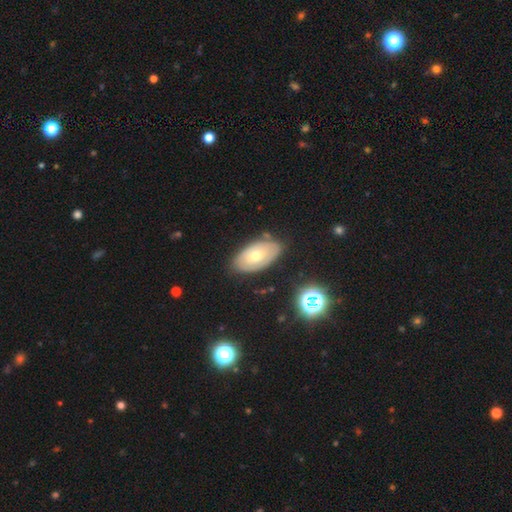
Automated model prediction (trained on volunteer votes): featured or disk 49%, smooth 43%, star or artifact 8%. Down the decision tree: merging — none (77%).